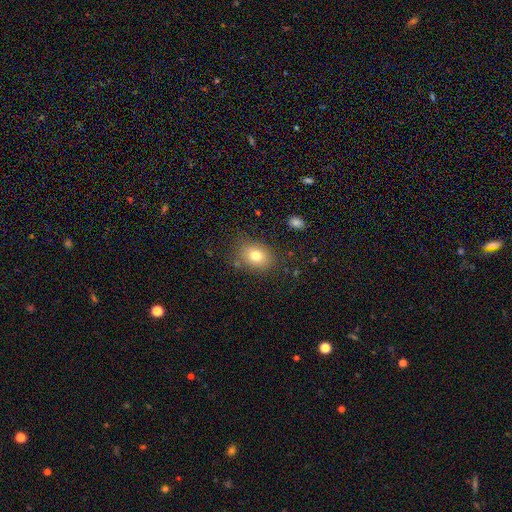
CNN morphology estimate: A smooth galaxy with no disk features (77%) that is in between round and cigar-shaped (63%). Merging: none (80%).